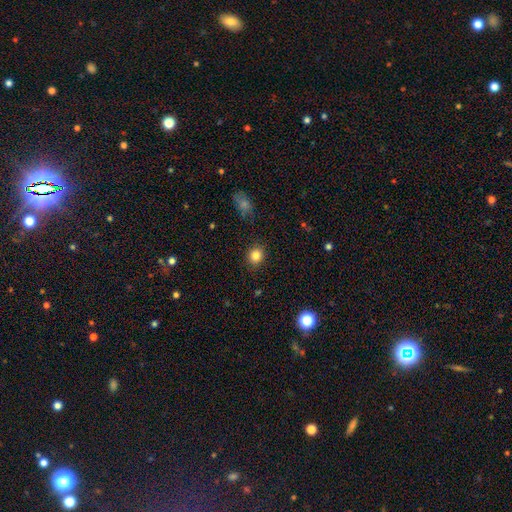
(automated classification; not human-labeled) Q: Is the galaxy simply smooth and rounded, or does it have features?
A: smooth — 84%.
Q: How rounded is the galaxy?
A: round — 76%.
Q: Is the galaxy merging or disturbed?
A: none — 88%.